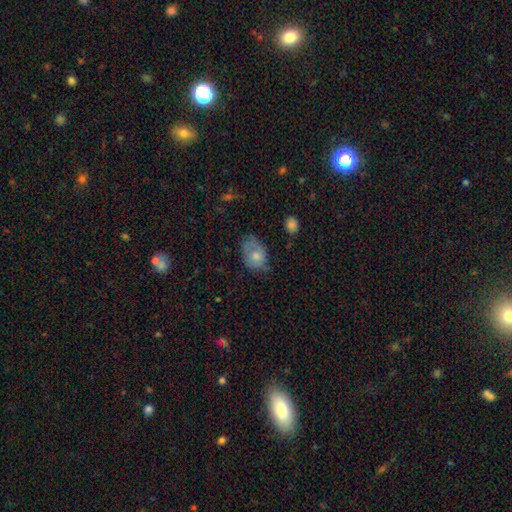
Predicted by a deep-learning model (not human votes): Smooth or featured?
  - smooth: 67% *
  - featured or disk: 24%
  - star or artifact: 8%
How rounded?
  - in between: 75% *
  - round: 24%
  - cigar-shaped: 1%
Merging?
  - none: 43% *
  - minor disturbance: 37%
  - major disturbance: 17%
  - merger: 2%